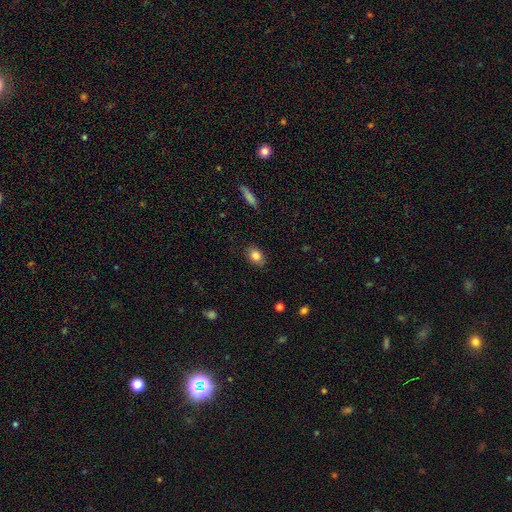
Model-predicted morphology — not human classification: Smooth or featured? smooth (84%)
How rounded? in between (74%)
Merging? none (85%)